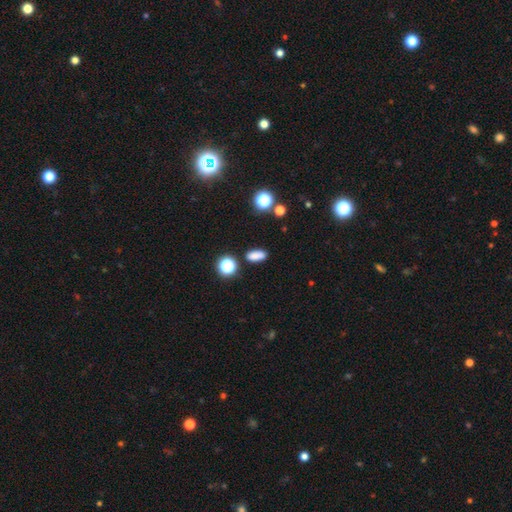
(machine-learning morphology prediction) A smooth galaxy with no disk features (80%) that is in between round and cigar-shaped (77%). Merging: none (82%).